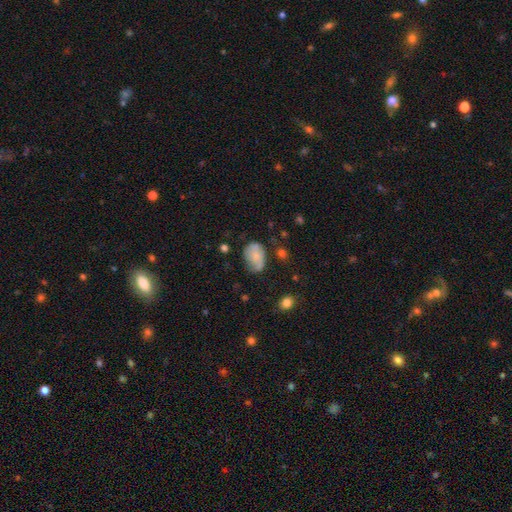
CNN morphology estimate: Smooth or featured: smooth — 63% (featured or disk — 28%)
How rounded: in between — 80% (round — 19%)
Merging: none — 44% (minor disturbance — 35%)